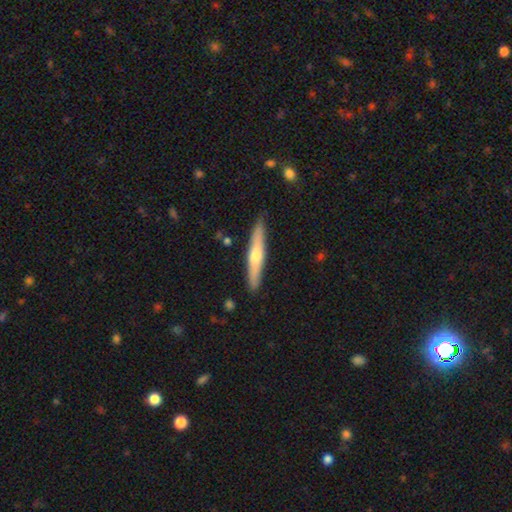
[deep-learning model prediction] smooth_or_featured: featured or disk (p=0.53) [alt: smooth p=0.41]
disk_edge_on: yes (p=0.95) [alt: no p=0.05]
edge_on_bulge: rounded (p=0.82) [alt: none p=0.13]
merging: none (p=0.89) [alt: minor disturbance p=0.08]